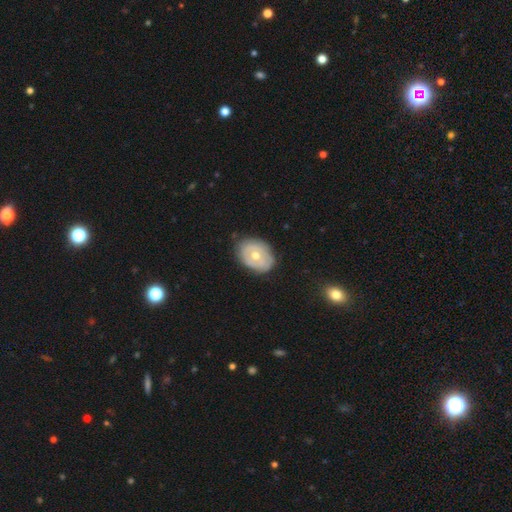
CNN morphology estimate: This is possibly a featured or disk galaxy (60%). It is clearly not viewed edge-on (95%). Bar: clearly no (83%). Spiral arm pattern: likely no (64%). Central bulge: likely moderate (76%). Merging: likely none (76%).